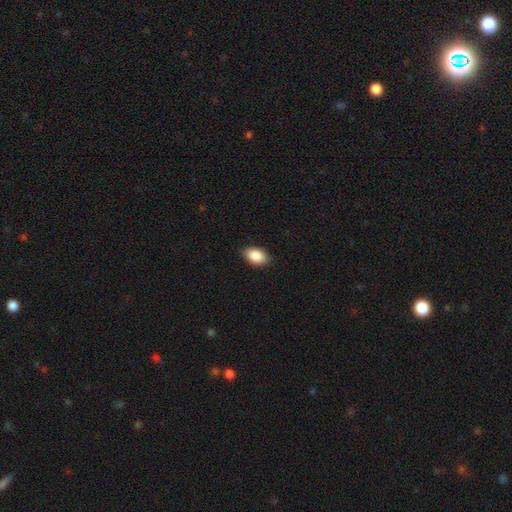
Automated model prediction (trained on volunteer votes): This is clearly a smooth galaxy (87%). How rounded: clearly in between (91%). Merging: clearly none (86%).